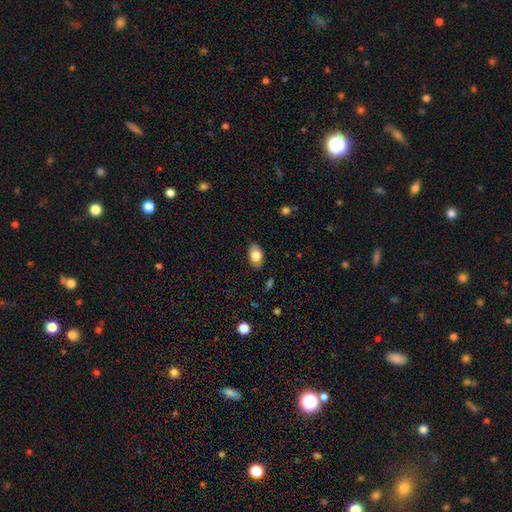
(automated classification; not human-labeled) This is likely a smooth galaxy (76%). How rounded: clearly in between (90%). Merging: clearly none (83%).